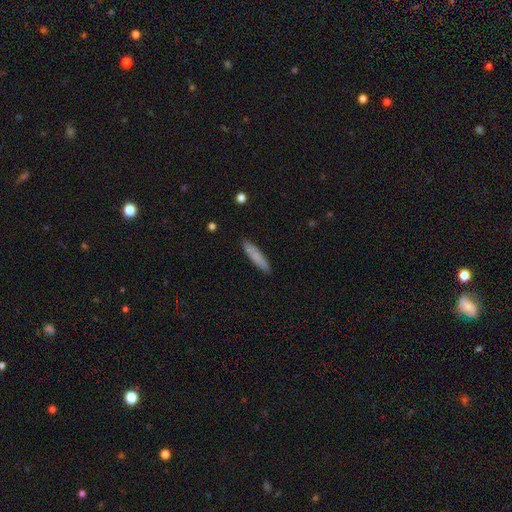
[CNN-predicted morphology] This is clearly a smooth galaxy (82%). How rounded: clearly cigar-shaped (87%). Merging: clearly none (90%).